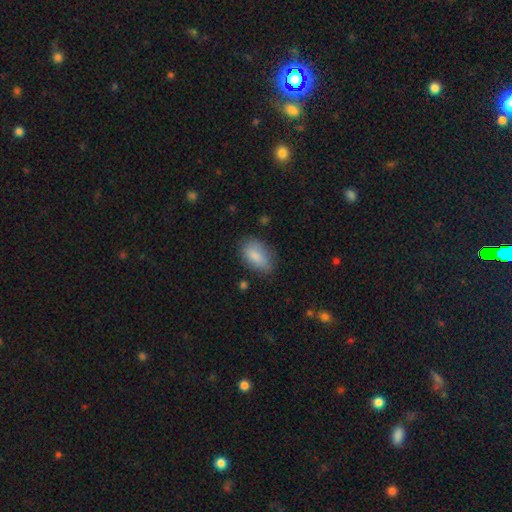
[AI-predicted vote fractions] Morphology: type=smooth (85%); roundness=in between (92%); merging=none (76%).